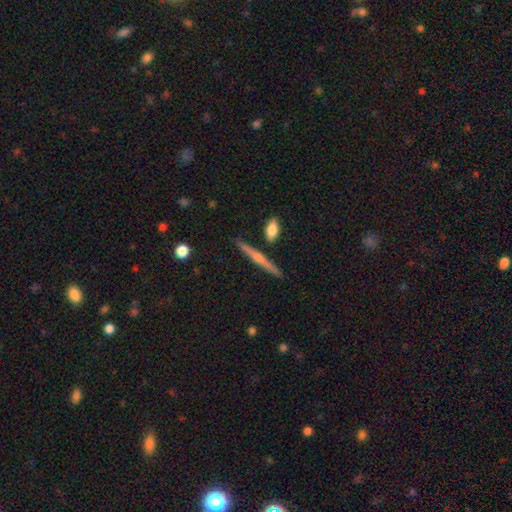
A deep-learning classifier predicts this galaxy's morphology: Smooth or featured?
  - featured or disk: 68% *
  - smooth: 25%
  - star or artifact: 7%
Edge-on disk?
  - yes: 98% *
  - no: 2%
Edge-on bulge?
  - rounded: 73% *
  - none: 18%
  - boxy: 9%
Merging?
  - none: 86% *
  - minor disturbance: 8%
  - merger: 5%
  - major disturbance: 2%